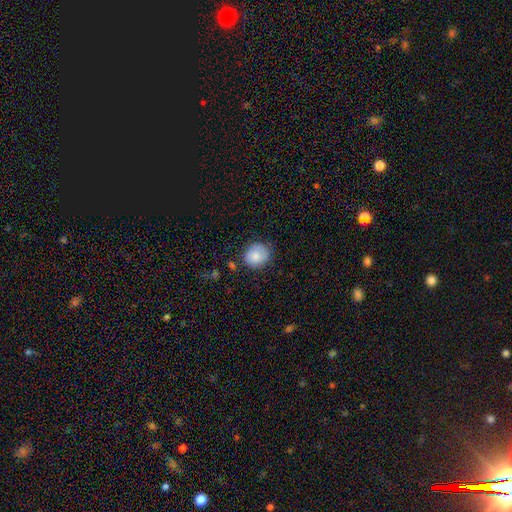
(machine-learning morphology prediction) Smooth or featured?
  - smooth: 81% *
  - featured or disk: 12%
  - star or artifact: 8%
How rounded?
  - round: 72% *
  - in between: 27%
  - cigar-shaped: 1%
Merging?
  - none: 73% *
  - minor disturbance: 20%
  - major disturbance: 5%
  - merger: 2%